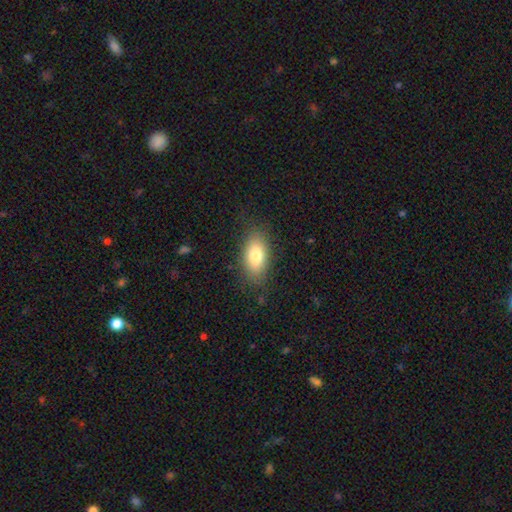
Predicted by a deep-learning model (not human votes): A smooth galaxy with no disk features (78%) that is in between round and cigar-shaped (90%). Merging: none (82%).